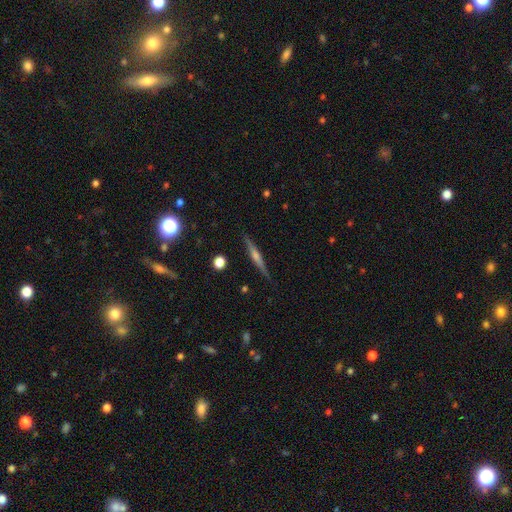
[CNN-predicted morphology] Q: Smooth or featured?
A: featured or disk (75%); runner-up: smooth (18%)
Q: Edge-on disk?
A: yes (98%); runner-up: no (2%)
Q: Edge-on bulge?
A: rounded (80%); runner-up: boxy (10%)
Q: Merging?
A: none (90%); runner-up: minor disturbance (8%)